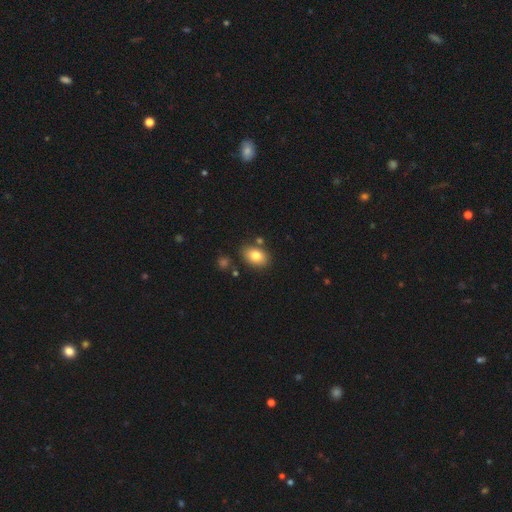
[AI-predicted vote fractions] This appears to be a smooth galaxy with no disk features (81%) that is in between round and cigar-shaped (81%). Merging: none (80%).